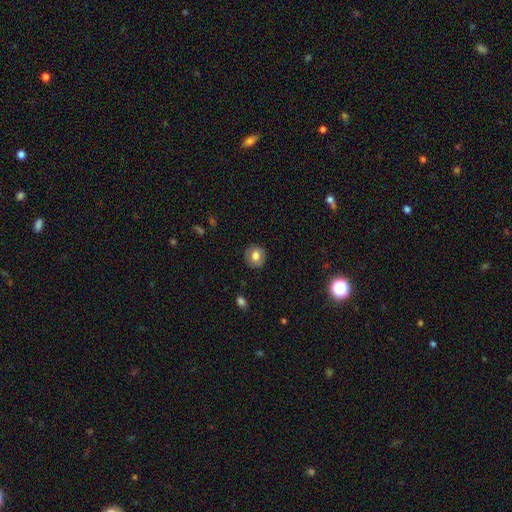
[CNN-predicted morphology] Smooth or featured?
  - smooth: 72% *
  - featured or disk: 20%
  - star or artifact: 9%
How rounded?
  - round: 83% *
  - in between: 16%
  - cigar-shaped: 1%
Merging?
  - none: 87% *
  - minor disturbance: 10%
  - major disturbance: 3%
  - merger: 1%